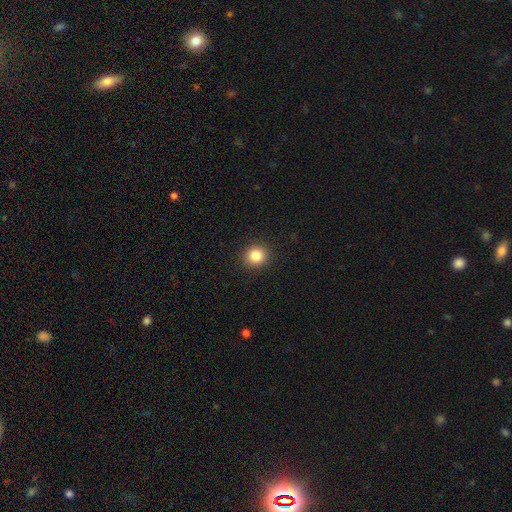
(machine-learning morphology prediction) smooth 85%, star or artifact 11%, featured or disk 5%. Down the decision tree: how rounded — round (87%); merging — none (91%).